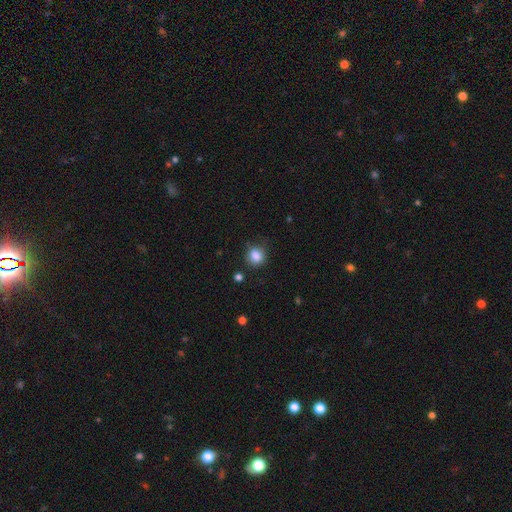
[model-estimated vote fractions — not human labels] Overall: smooth (85%). How rounded: round (77%). Merging: none (80%).